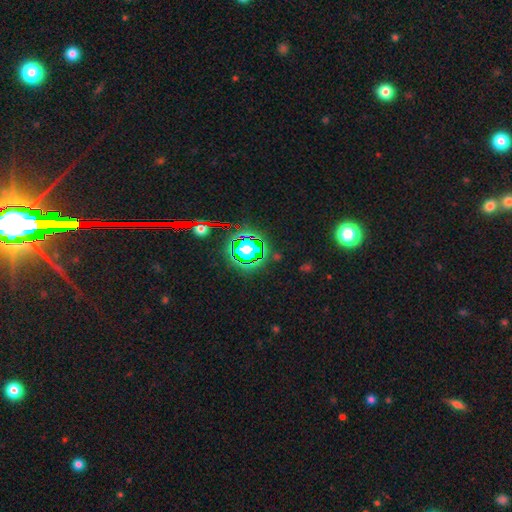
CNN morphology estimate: Smooth or featured? star or artifact (82%)